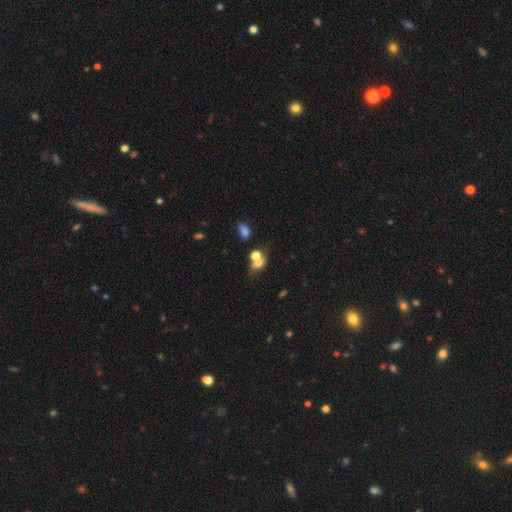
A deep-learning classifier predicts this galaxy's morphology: Smooth or featured?
  - smooth: 65% *
  - featured or disk: 18%
  - star or artifact: 17%
How rounded?
  - in between: 60% *
  - round: 38%
  - cigar-shaped: 3%
Merging?
  - merger: 49% *
  - none: 31%
  - minor disturbance: 12%
  - major disturbance: 9%